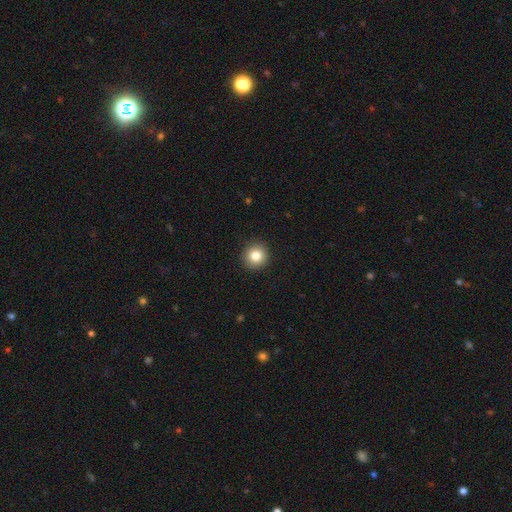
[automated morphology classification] This is clearly a smooth galaxy (83%). How rounded: clearly round (93%). Merging: clearly none (92%).